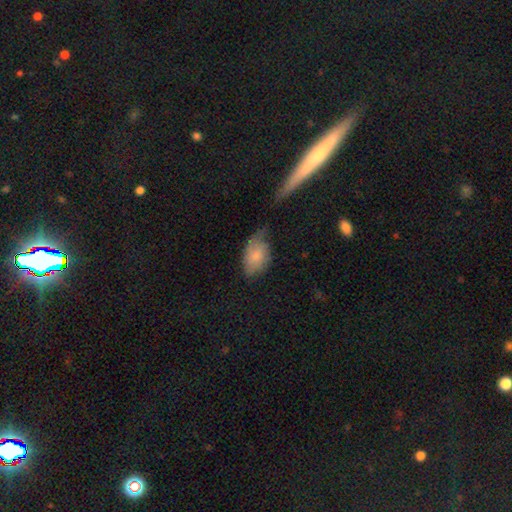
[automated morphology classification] Overall: smooth (73%). How rounded: in between (89%). Merging: minor disturbance (39%, tied with none).